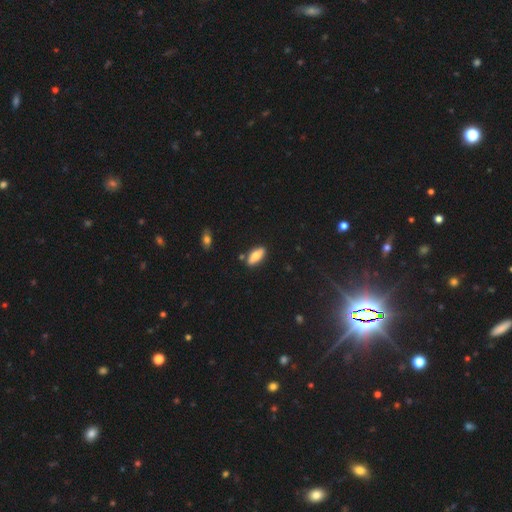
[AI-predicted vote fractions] The model was most divided on "smooth or featured": smooth: 72%, featured or disk: 22%, star or artifact: 7%. More confident: merging — none (84%); how rounded — in between (75%).